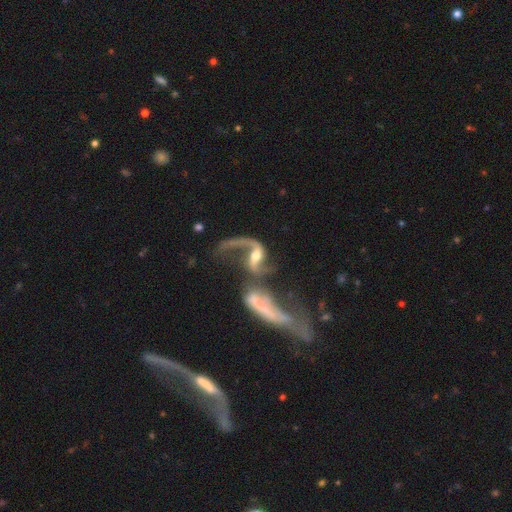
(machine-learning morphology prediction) Smooth or featured?
  - featured or disk: 83% *
  - smooth: 10%
  - star or artifact: 7%
Edge-on disk?
  - no: 94% *
  - yes: 6%
Bar?
  - no: 37% * (tied)
  - weak: 37% * (tied)
  - strong: 26%
Spiral arms?
  - yes: 90% *
  - no: 10%
Spiral winding?
  - loose: 83% *
  - medium: 13%
  - tight: 4%
Spiral arm count?
  - 2: 74% *
  - 1: 19%
  - can't tell: 3%
  - 3: 1%
  - 4: 1%
  - more than 4: 1%
Bulge size?
  - moderate: 58% *
  - small: 25%
  - large: 9%
  - none: 6%
  - dominant: 2%
Merging?
  - merger: 56% *
  - none: 19%
  - major disturbance: 16%
  - minor disturbance: 8%